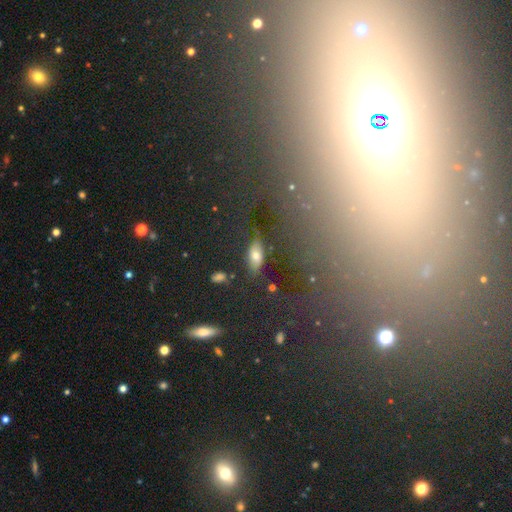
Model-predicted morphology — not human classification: A smooth galaxy with no disk features (68%) that is in between round and cigar-shaped (83%).

Vote fractions:
- Smooth or featured? smooth: 68% / featured or disk: 18% / star or artifact: 13%
- How rounded? in between: 83% / cigar-shaped: 12% / round: 5%
- Merging? none: 78% / minor disturbance: 14% / major disturbance: 5% / merger: 3%